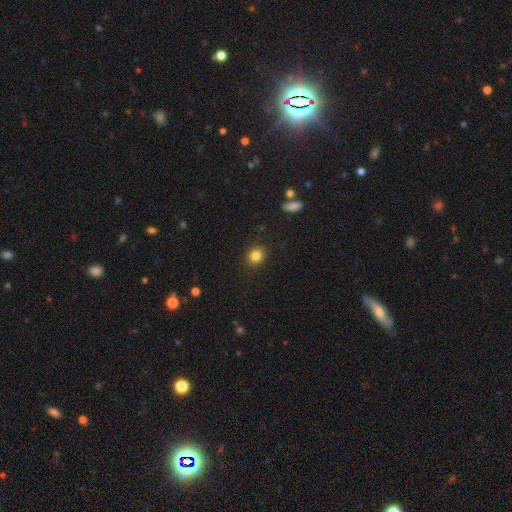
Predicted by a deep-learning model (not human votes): Overall: smooth (83%). How rounded: round (82%). Merging: none (91%).